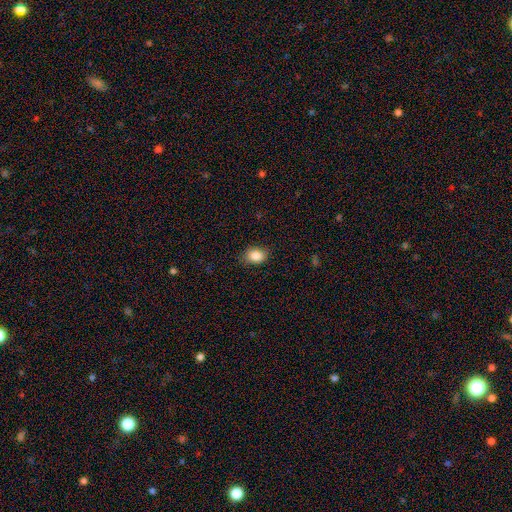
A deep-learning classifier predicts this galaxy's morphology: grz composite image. It shows a smooth galaxy with no disk features (86%) that is in between round and cigar-shaped (67%). Merging: none (84%).